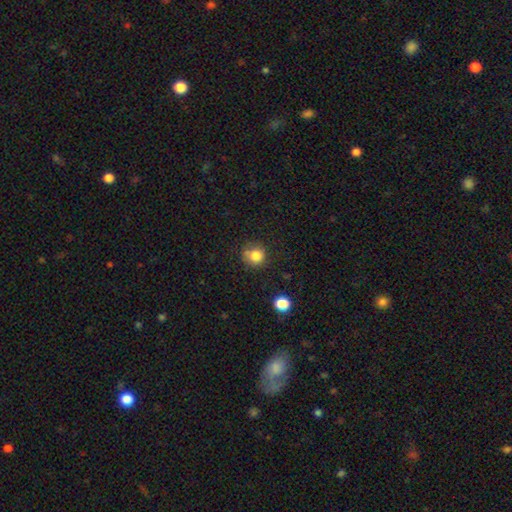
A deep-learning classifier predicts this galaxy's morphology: Smooth or featured? smooth (81%)
How rounded? round (88%)
Merging? none (70%)